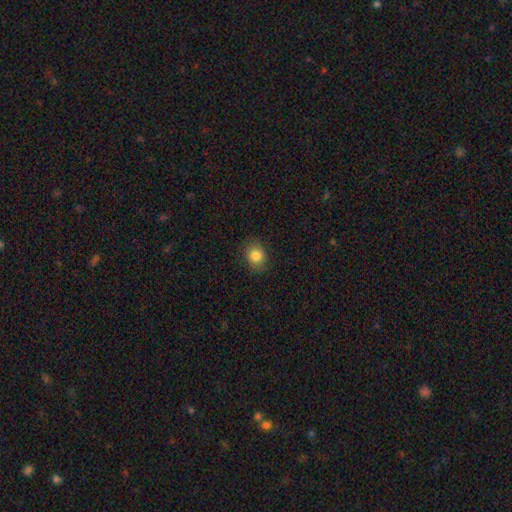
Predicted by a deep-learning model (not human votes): Smooth or featured?
  - smooth: 83% *
  - star or artifact: 10%
  - featured or disk: 7%
How rounded?
  - round: 55% *
  - in between: 44%
  - cigar-shaped: 1%
Merging?
  - none: 86% *
  - minor disturbance: 11%
  - major disturbance: 3%
  - merger: 1%